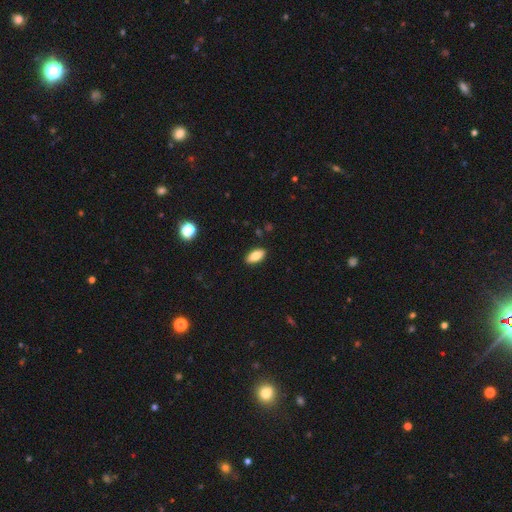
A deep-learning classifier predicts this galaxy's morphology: Smooth or featured?
  - smooth: 81% *
  - featured or disk: 11%
  - star or artifact: 7%
How rounded?
  - in between: 89% *
  - cigar-shaped: 8%
  - round: 3%
Merging?
  - none: 89% *
  - minor disturbance: 8%
  - major disturbance: 2%
  - merger: 1%